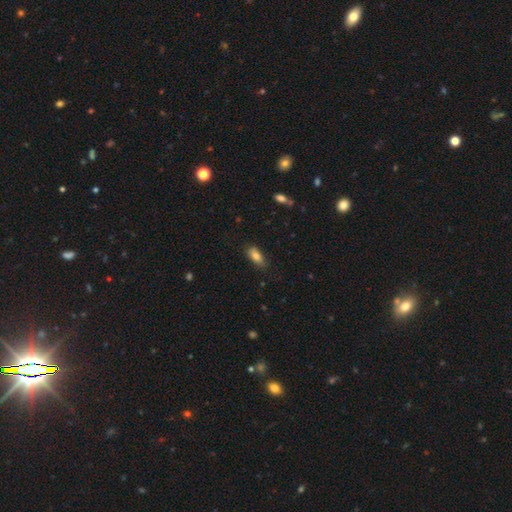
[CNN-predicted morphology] smooth-or-featured: smooth: 83% | featured or disk: 9% | star or artifact: 8%
  how-rounded: in between: 83% | cigar-shaped: 14% | round: 3%
  merging: none: 76% | minor disturbance: 18% | major disturbance: 4% | merger: 1%